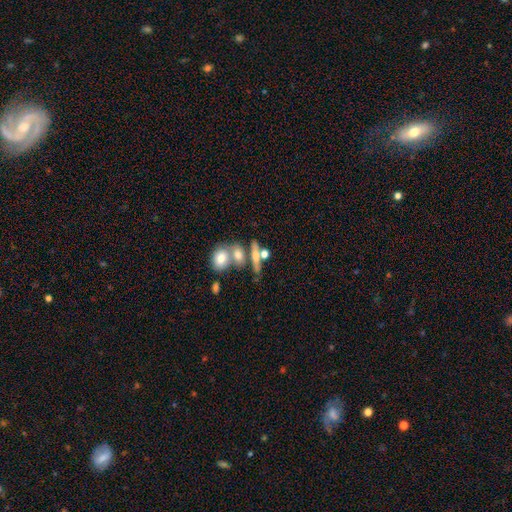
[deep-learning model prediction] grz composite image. It shows a smooth galaxy with no disk features (52%) that is cigar-shaped (48%). Merging: none (44%).